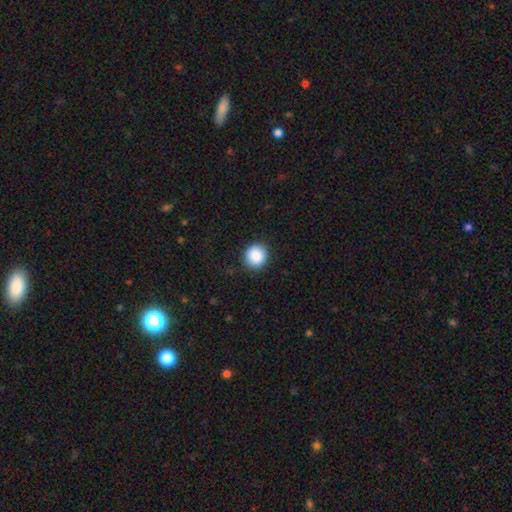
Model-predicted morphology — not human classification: smooth_or_featured: smooth (p=0.89) [alt: star or artifact p=0.08]
how_rounded: round (p=0.90) [alt: in between p=0.09]
merging: none (p=0.90) [alt: minor disturbance p=0.07]